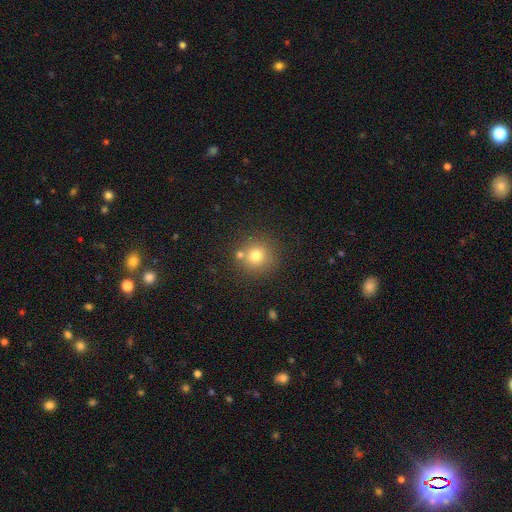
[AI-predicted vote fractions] smooth_or_featured: smooth (p=0.75) [alt: star or artifact p=0.14]
how_rounded: round (p=0.93) [alt: in between p=0.06]
merging: none (p=0.75) [alt: merger p=0.14]